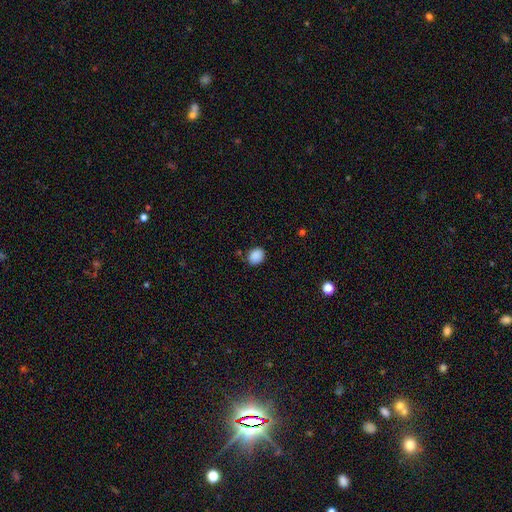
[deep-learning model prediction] Q: Smooth or featured?
A: smooth (88%); runner-up: star or artifact (9%)
Q: How rounded?
A: in between (50%); runner-up: round (49%)
Q: Merging?
A: none (81%); runner-up: minor disturbance (13%)